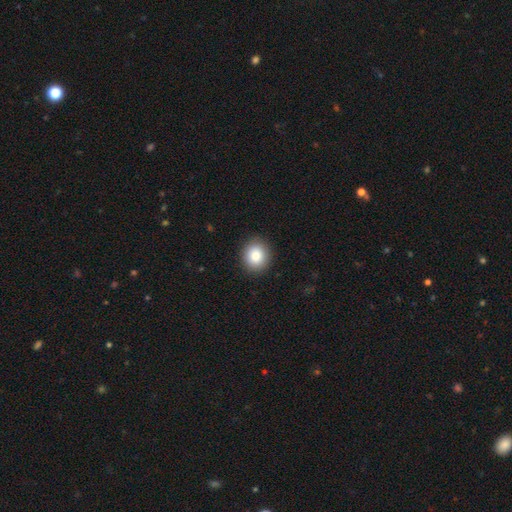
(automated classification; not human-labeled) Morphology: type=smooth (86%); roundness=round (77%); merging=none (90%).